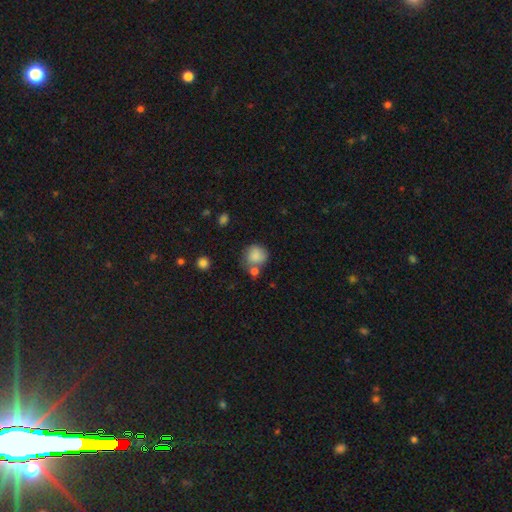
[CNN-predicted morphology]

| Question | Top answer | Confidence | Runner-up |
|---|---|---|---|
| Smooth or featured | smooth | 81% | featured or disk (10%) |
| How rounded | round | 82% | in between (17%) |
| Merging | none | 53% | merger (22%) |